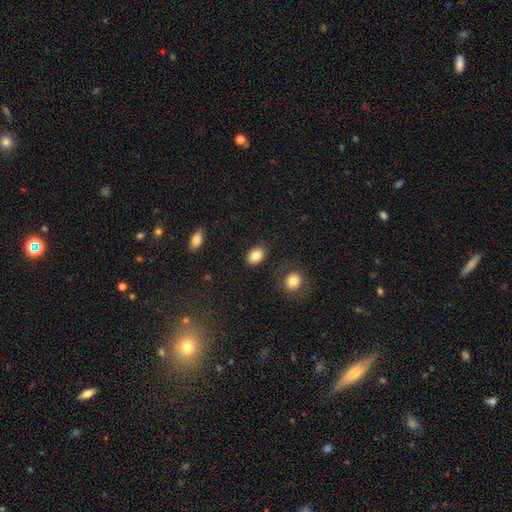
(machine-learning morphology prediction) Q: Smooth or featured?
A: smooth (85%); runner-up: star or artifact (8%)
Q: How rounded?
A: in between (76%); runner-up: round (23%)
Q: Merging?
A: none (81%); runner-up: minor disturbance (12%)